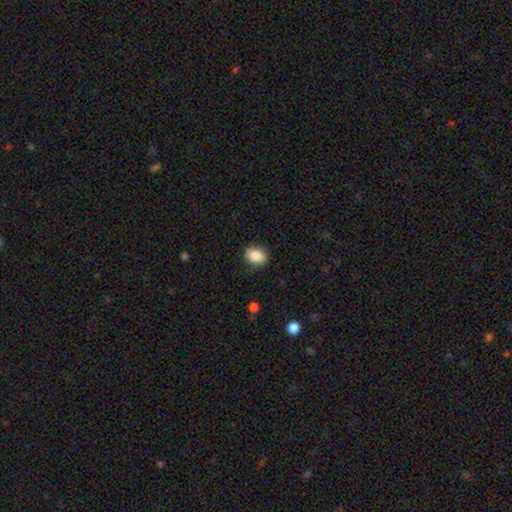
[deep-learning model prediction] smooth 89%, star or artifact 8%, featured or disk 4%. Down the decision tree: how rounded — in between (65%); merging — none (84%).